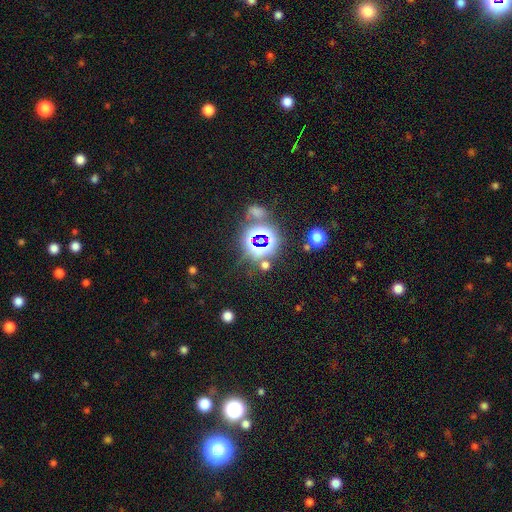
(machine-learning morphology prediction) Smooth or featured? Predicted: star or artifact (p=0.82).